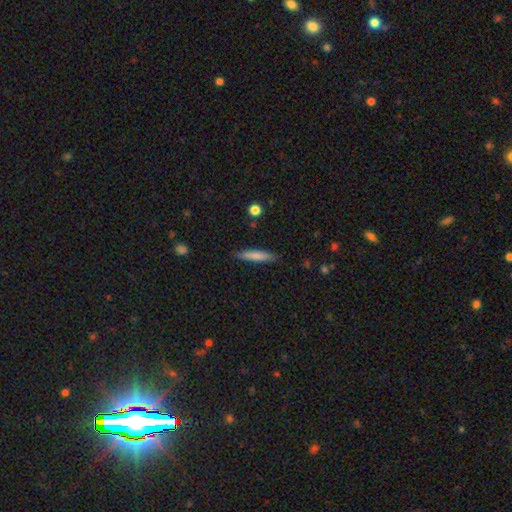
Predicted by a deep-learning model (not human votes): This appears to be a smooth galaxy with no disk features (77%) that is cigar-shaped (89%). Merging: none (87%).